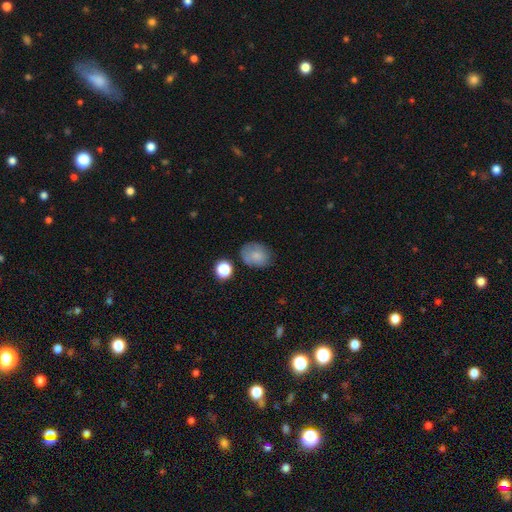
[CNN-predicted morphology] Smooth or featured?
  - smooth: 80% *
  - star or artifact: 10%
  - featured or disk: 10%
How rounded?
  - in between: 56% *
  - round: 43%
  - cigar-shaped: 1%
Merging?
  - none: 67% *
  - minor disturbance: 22%
  - major disturbance: 6%
  - merger: 5%